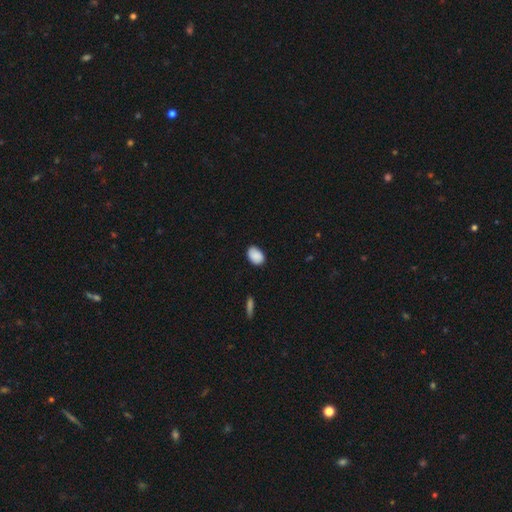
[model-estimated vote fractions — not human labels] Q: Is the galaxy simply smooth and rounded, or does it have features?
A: smooth — 90%.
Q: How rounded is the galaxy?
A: in between — 84%.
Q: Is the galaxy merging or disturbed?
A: none — 84%.